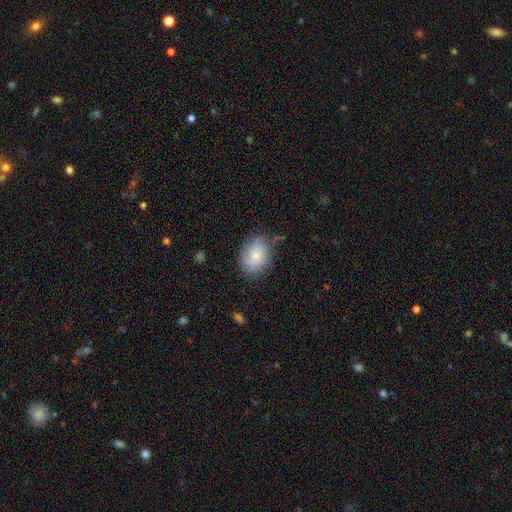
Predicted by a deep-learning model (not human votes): smooth 78%, featured or disk 14%, star or artifact 8%. Down the decision tree: how rounded — in between (64%); merging — none (67%).